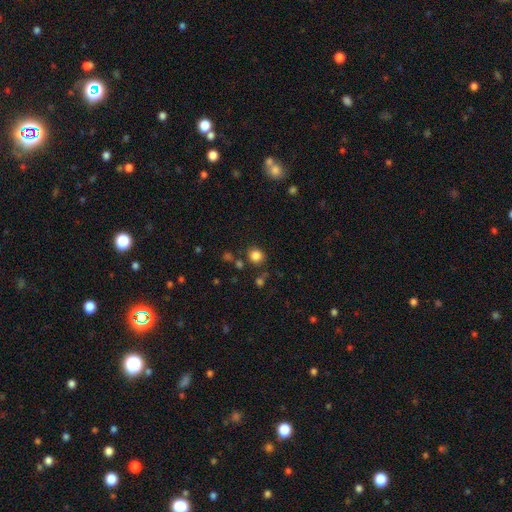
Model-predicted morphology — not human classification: Smooth or featured? Predicted: smooth (p=0.83). How rounded? Predicted: round (p=0.87). Merging? Predicted: none (p=0.82).